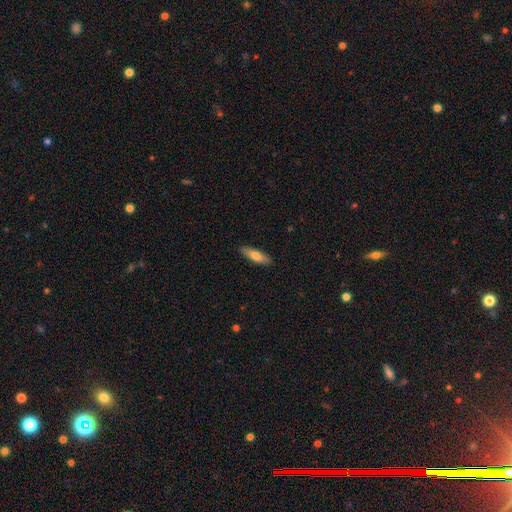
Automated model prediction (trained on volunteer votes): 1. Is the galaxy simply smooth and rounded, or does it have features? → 71% smooth, 23% featured or disk, 6% star or artifact.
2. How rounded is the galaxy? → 55% cigar-shaped, 43% in between, 2% round.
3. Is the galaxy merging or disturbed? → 87% none, 10% minor disturbance, 2% major disturbance, 1% merger.